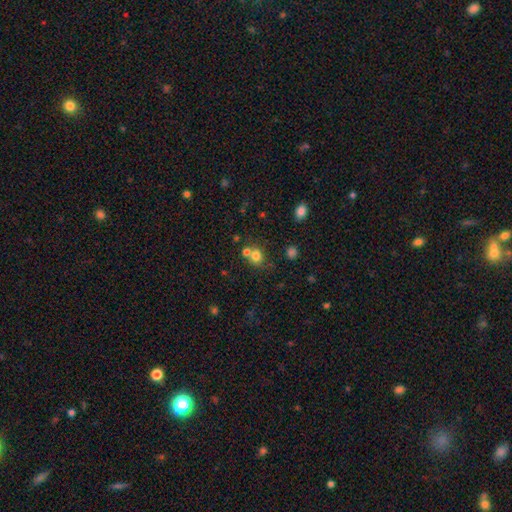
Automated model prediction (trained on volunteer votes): Smooth or featured?
  - smooth: 77% *
  - star or artifact: 13%
  - featured or disk: 9%
How rounded?
  - round: 77% *
  - in between: 22%
  - cigar-shaped: 1%
Merging?
  - none: 53% *
  - merger: 34%
  - minor disturbance: 9%
  - major disturbance: 4%